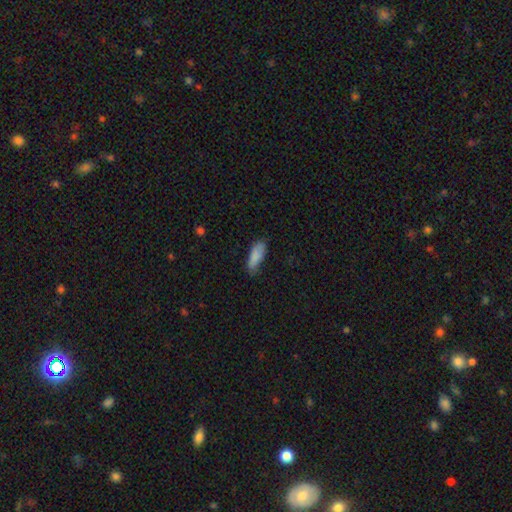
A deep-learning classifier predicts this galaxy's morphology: Smooth or featured? Predicted: smooth (p=0.85). How rounded? Predicted: in between (p=0.65). Merging? Predicted: none (p=0.69).